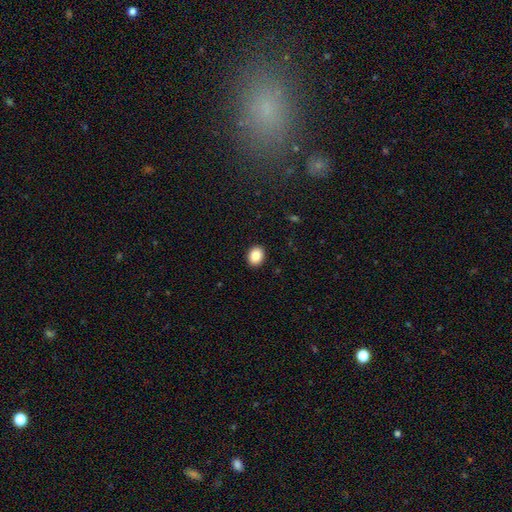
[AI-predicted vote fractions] Smooth or featured: smooth — 86% (star or artifact — 9%)
How rounded: round — 51% (in between — 48%)
Merging: none — 92% (minor disturbance — 6%)